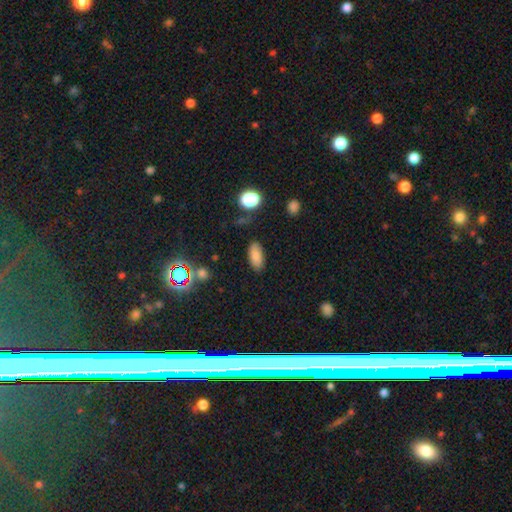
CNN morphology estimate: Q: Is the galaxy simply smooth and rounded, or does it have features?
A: smooth — 84%.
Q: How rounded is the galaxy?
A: in between — 88%.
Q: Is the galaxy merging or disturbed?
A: none — 84%.